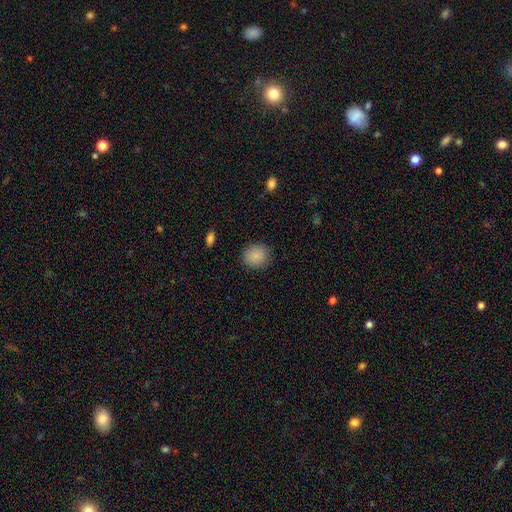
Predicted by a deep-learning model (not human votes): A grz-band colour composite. It shows a smooth galaxy with no disk features (88%) that is round (79%). Merging: none (89%).